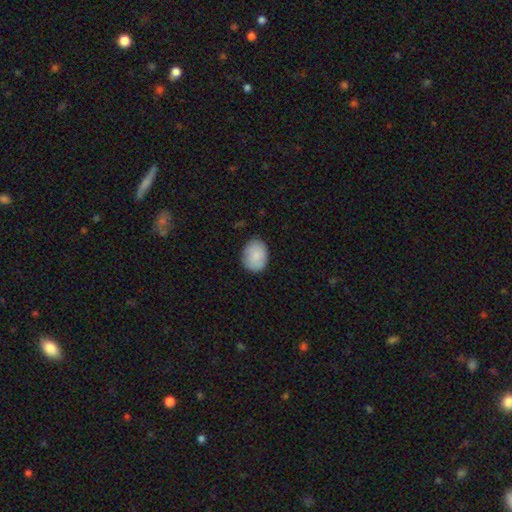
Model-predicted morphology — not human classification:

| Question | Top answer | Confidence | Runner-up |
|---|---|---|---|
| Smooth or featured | smooth | 86% | featured or disk (7%) |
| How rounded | in between | 58% | round (41%) |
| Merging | none | 82% | minor disturbance (14%) |